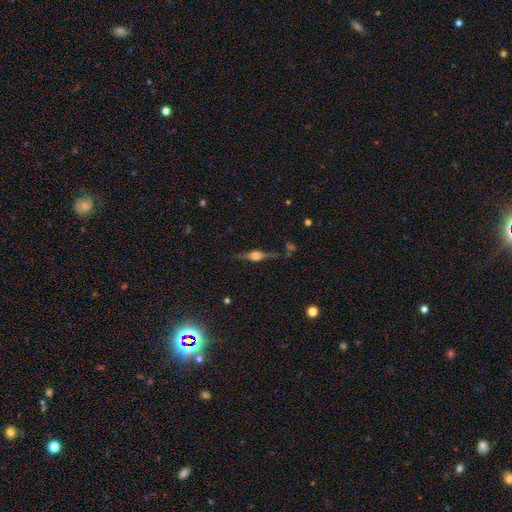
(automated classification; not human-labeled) Morphology: type=featured or disk (77%); edge-on=yes (96%); edge-on bulge=rounded (87%); merging=none (80%).